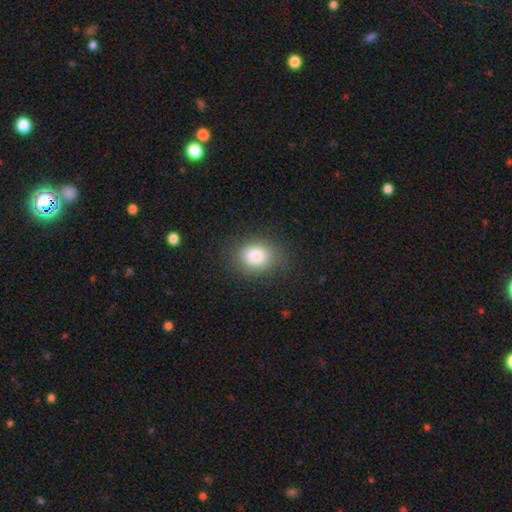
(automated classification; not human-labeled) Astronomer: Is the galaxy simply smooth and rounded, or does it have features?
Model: smooth — 83%.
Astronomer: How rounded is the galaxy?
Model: in between — 50% (runner-up: round, 49%).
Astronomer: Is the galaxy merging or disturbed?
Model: none — 82%.